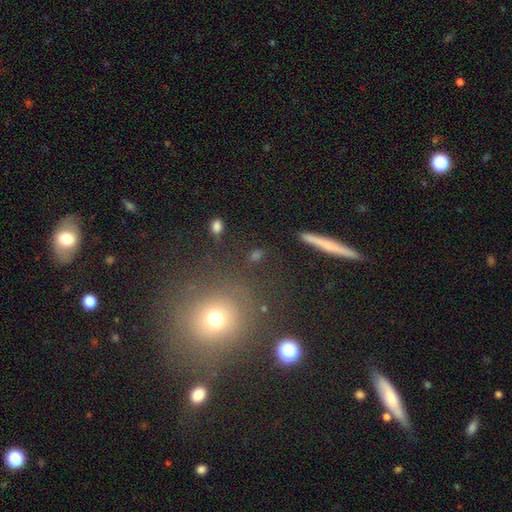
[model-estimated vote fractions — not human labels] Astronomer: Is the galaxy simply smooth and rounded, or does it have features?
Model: smooth — 56%.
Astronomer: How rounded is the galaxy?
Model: round — 60%.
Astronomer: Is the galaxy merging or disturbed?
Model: none — 82%.